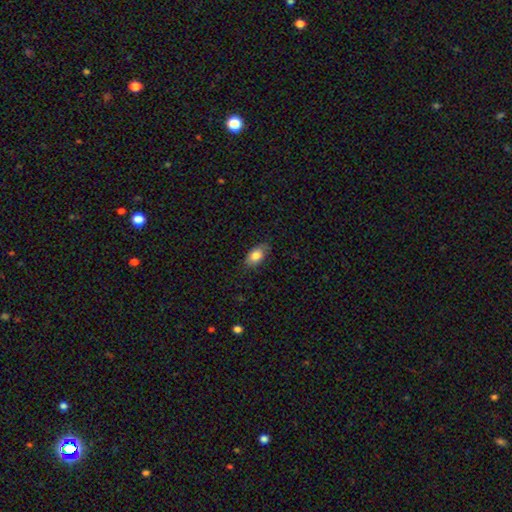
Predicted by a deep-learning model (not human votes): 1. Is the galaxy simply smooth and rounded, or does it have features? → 83% smooth, 10% featured or disk, 7% star or artifact.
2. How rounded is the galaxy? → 90% in between, 8% round, 2% cigar-shaped.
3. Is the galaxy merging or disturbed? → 78% none, 17% minor disturbance, 3% major disturbance, 1% merger.